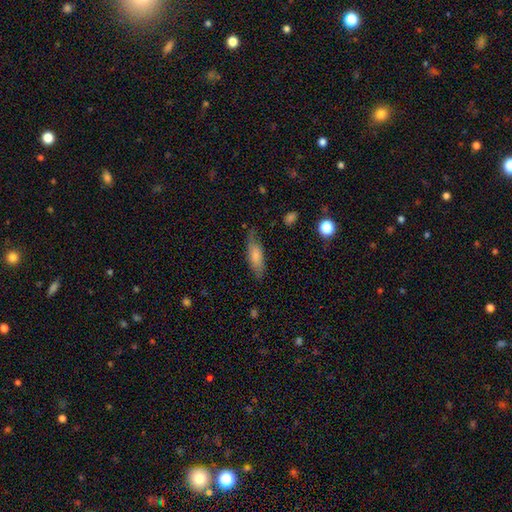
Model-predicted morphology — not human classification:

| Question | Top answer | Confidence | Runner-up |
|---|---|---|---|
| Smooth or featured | smooth | 72% | featured or disk (22%) |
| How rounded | in between | 53% | cigar-shaped (45%) |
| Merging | none | 72% | minor disturbance (21%) |